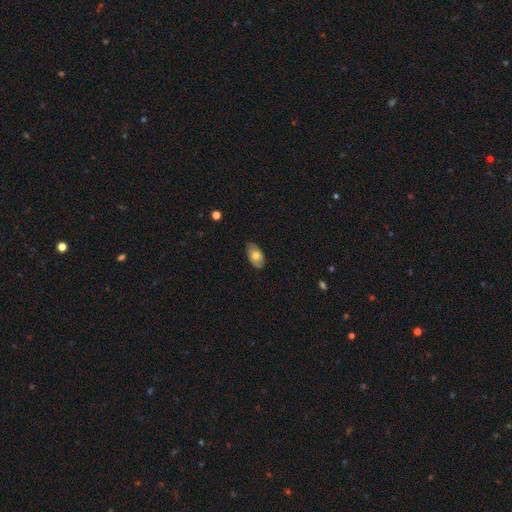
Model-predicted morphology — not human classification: A smooth galaxy with no disk features (69%) that is in between round and cigar-shaped (92%).

Vote fractions:
- Smooth or featured? smooth: 69% / featured or disk: 24% / star or artifact: 7%
- How rounded? in between: 92% / round: 6% / cigar-shaped: 2%
- Merging? none: 78% / minor disturbance: 18% / major disturbance: 3% / merger: 1%